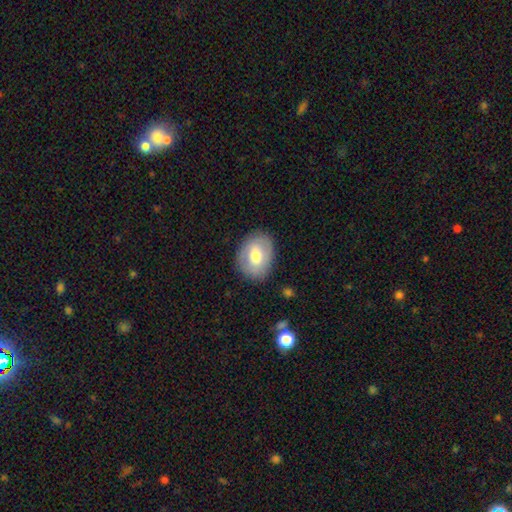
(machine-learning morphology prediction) The model was most divided on "smooth or featured": smooth: 57%, featured or disk: 36%, star or artifact: 7%. More confident: merging — none (82%); how rounded — in between (65%).